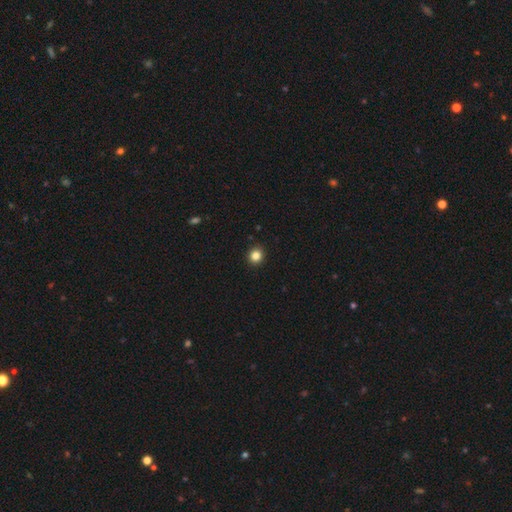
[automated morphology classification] type=smooth (84%); roundness=round (87%); merging=none (92%).